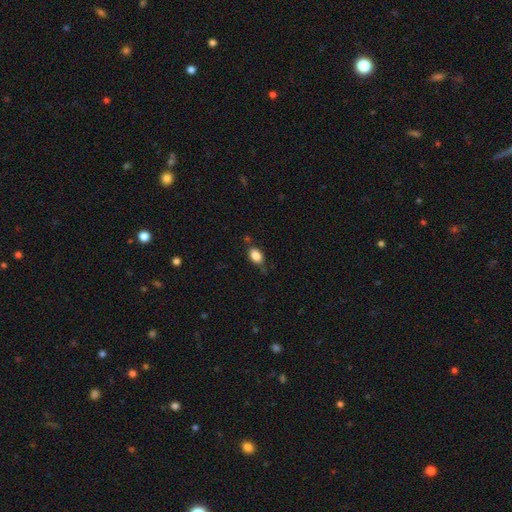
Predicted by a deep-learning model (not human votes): smooth-or-featured: smooth: 86% | star or artifact: 9% | featured or disk: 5%
  how-rounded: in between: 86% | round: 12% | cigar-shaped: 2%
  merging: none: 74% | minor disturbance: 18% | major disturbance: 4% | merger: 4%